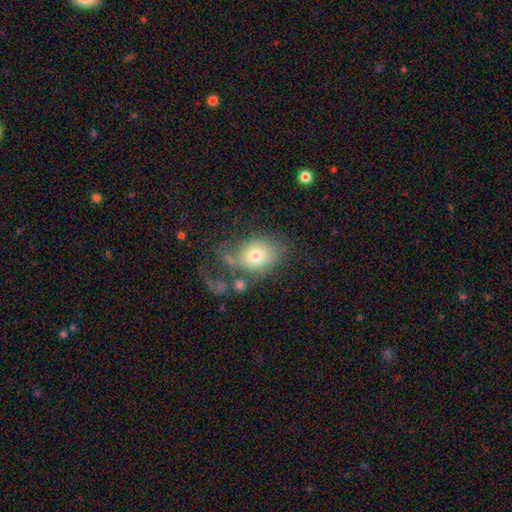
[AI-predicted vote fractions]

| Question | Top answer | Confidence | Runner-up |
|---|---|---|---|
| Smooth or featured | smooth | 68% | featured or disk (21%) |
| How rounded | round | 51% | in between (48%) |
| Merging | none | 34% | major disturbance (31%) |